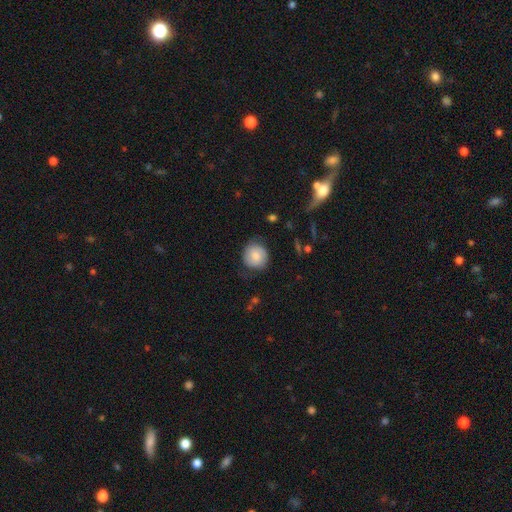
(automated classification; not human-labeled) This appears to be a smooth galaxy with no disk features (72%) that is round (88%). Merging: none (72%).